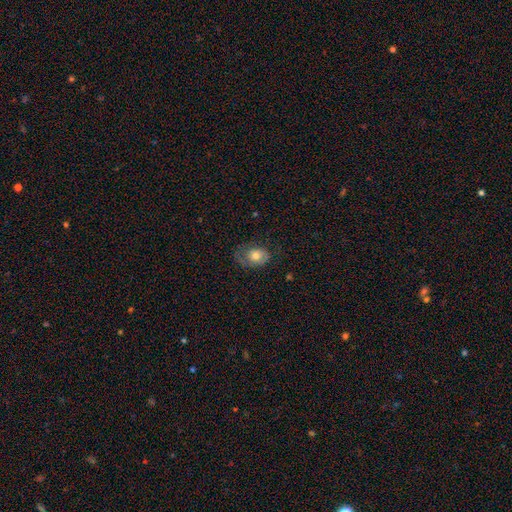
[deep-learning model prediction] A smooth galaxy with no disk features (60%) that is in between round and cigar-shaped (67%). Merging: none (48%).